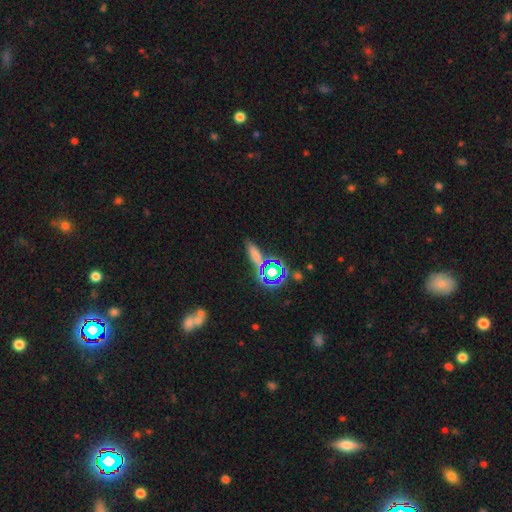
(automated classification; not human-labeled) Smooth or featured? smooth (61%)
How rounded? cigar-shaped (51%)
Merging? none (73%)